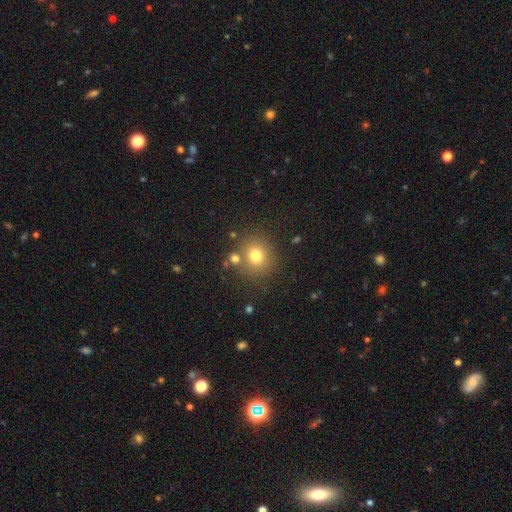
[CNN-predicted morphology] smooth 75%, star or artifact 15%, featured or disk 10%. Down the decision tree: how rounded — round (85%); merging — none (77%).